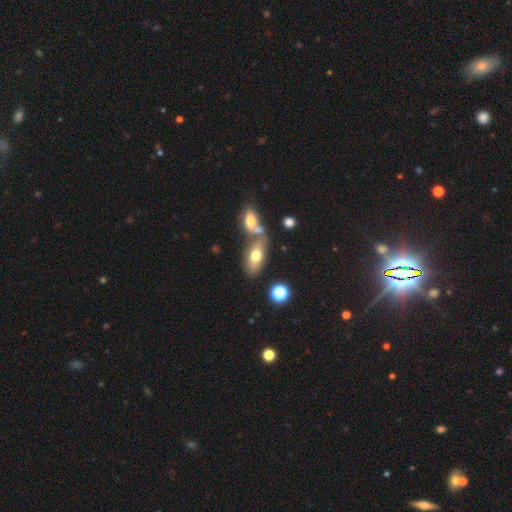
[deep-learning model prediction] A smooth galaxy with no disk features (66%) that is in between round and cigar-shaped (84%).

Vote fractions:
- Smooth or featured? smooth: 66% / featured or disk: 25% / star or artifact: 9%
- How rounded? in between: 84% / cigar-shaped: 12% / round: 5%
- Merging? none: 46% / merger: 39% / minor disturbance: 11% / major disturbance: 5%